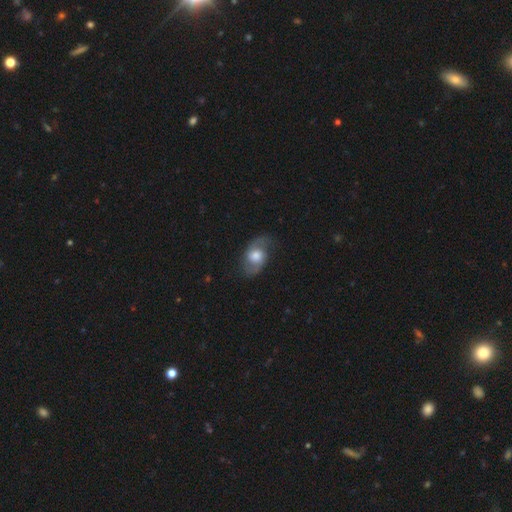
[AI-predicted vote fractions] Smooth or featured: featured or disk — 62% (smooth — 31%)
Edge-on disk: no — 94% (yes — 6%)
Bar: no — 67% (weak — 28%)
Spiral arms: yes — 85% (no — 15%)
Bulge size: moderate — 46% (large — 37%)
Merging: none — 72% (minor disturbance — 18%)